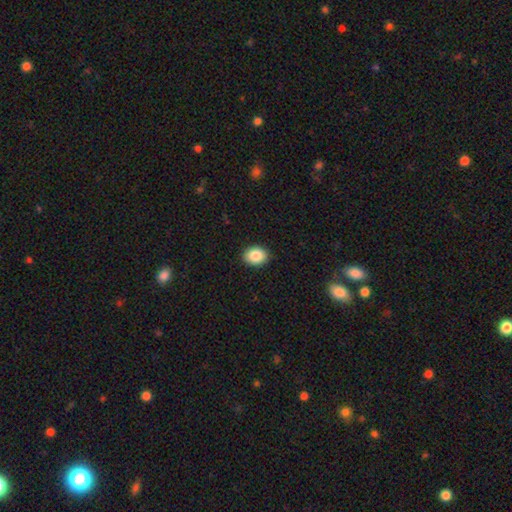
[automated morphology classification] A smooth galaxy with no disk features (86%) that is in between round and cigar-shaped (64%).

Vote fractions:
- Smooth or featured? smooth: 86% / star or artifact: 8% / featured or disk: 6%
- How rounded? in between: 64% / round: 36% / cigar-shaped: 1%
- Merging? none: 90% / minor disturbance: 7% / major disturbance: 2% / merger: 1%